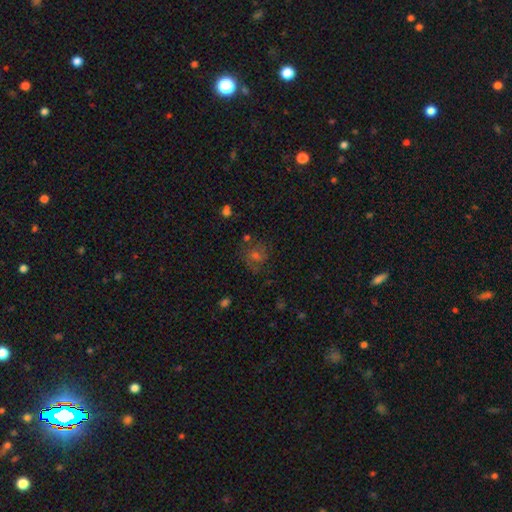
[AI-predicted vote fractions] featured or disk 40%, smooth 34%, star or artifact 26%. Down the decision tree: merging — none (70%).